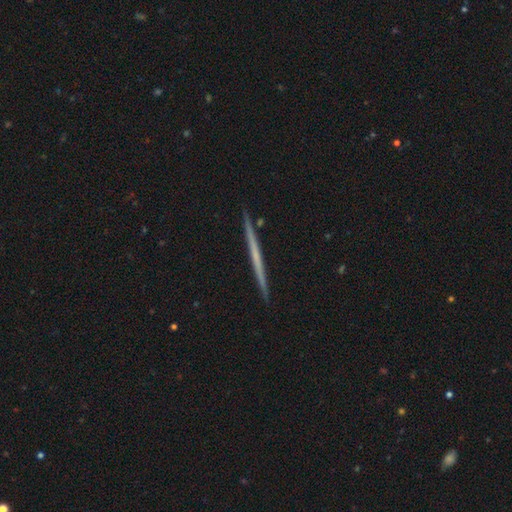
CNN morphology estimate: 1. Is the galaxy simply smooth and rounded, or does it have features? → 60% featured or disk, 34% smooth, 5% star or artifact.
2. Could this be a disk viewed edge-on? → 98% yes, 2% no.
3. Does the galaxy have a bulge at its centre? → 91% none, 7% rounded, 3% boxy.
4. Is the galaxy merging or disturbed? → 93% none, 5% minor disturbance, 1% major disturbance, 1% merger.